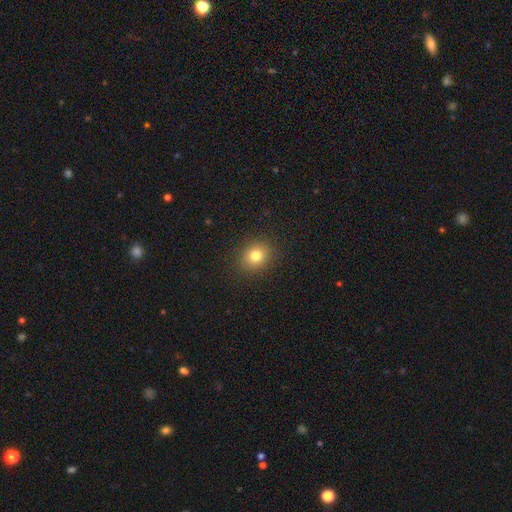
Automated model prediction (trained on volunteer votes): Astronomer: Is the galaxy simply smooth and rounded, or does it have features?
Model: smooth — 79%.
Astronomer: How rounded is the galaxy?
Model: round — 71%.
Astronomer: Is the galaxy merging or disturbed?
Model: none — 89%.